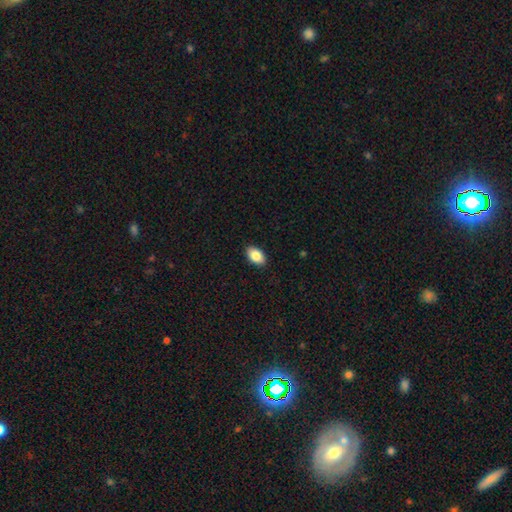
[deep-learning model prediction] Smooth or featured? smooth (86%)
How rounded? in between (92%)
Merging? none (90%)